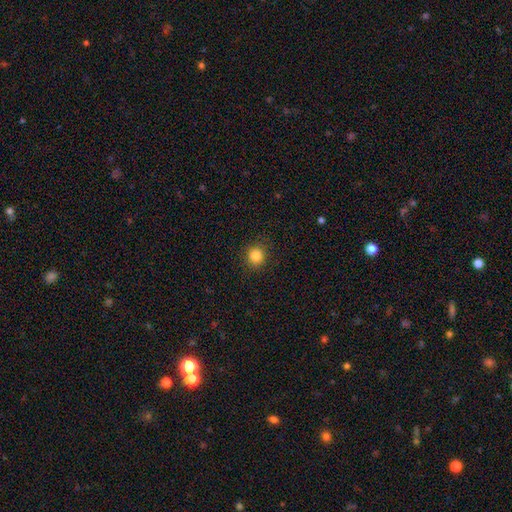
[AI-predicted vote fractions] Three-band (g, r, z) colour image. It shows a smooth galaxy with no disk features (85%) that is round (88%). Merging: none (89%).